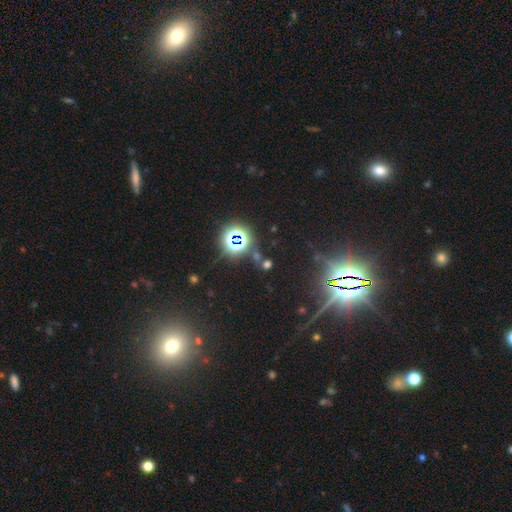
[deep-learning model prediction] Overall: star or artifact (79%).